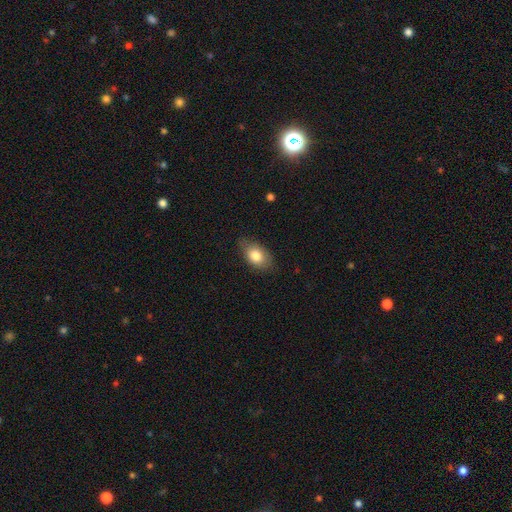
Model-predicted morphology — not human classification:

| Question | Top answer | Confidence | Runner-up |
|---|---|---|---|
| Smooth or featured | smooth | 81% | featured or disk (12%) |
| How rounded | in between | 88% | round (10%) |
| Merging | none | 77% | minor disturbance (18%) |